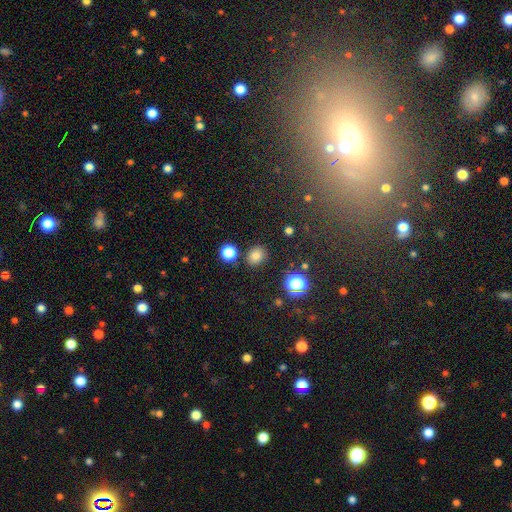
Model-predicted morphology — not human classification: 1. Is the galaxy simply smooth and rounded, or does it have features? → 78% smooth, 16% star or artifact, 6% featured or disk.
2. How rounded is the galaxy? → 69% round, 30% in between, 1% cigar-shaped.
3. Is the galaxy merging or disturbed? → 83% none, 9% minor disturbance, 5% merger, 3% major disturbance.